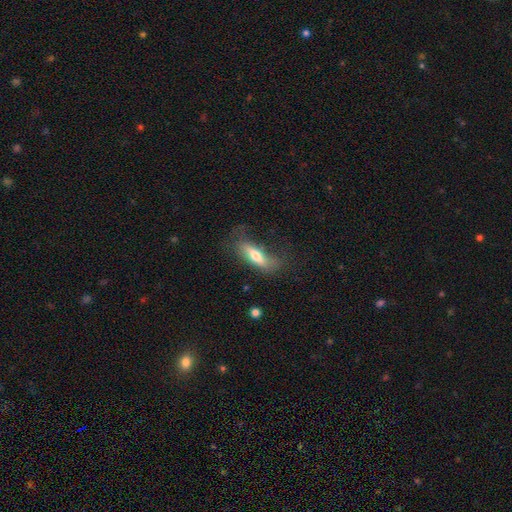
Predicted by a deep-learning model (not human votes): A smooth galaxy with no disk features (58%) that is cigar-shaped (51%). Merging: none (56%).